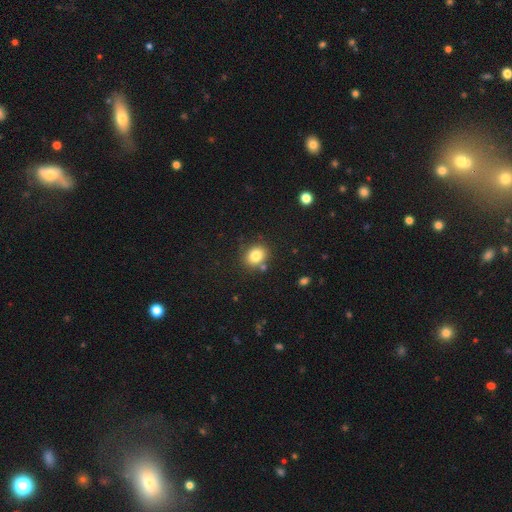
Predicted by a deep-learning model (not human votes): A smooth galaxy with no disk features (82%) that is round (65%). Merging: none (79%).